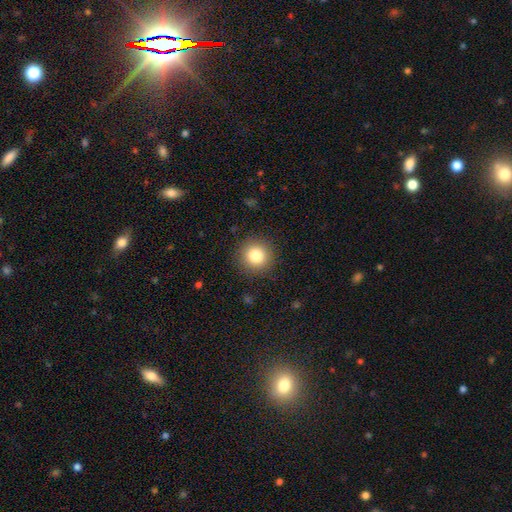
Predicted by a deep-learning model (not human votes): Smooth or featured: smooth — 83% (star or artifact — 11%)
How rounded: round — 94% (in between — 5%)
Merging: none — 90% (minor disturbance — 6%)